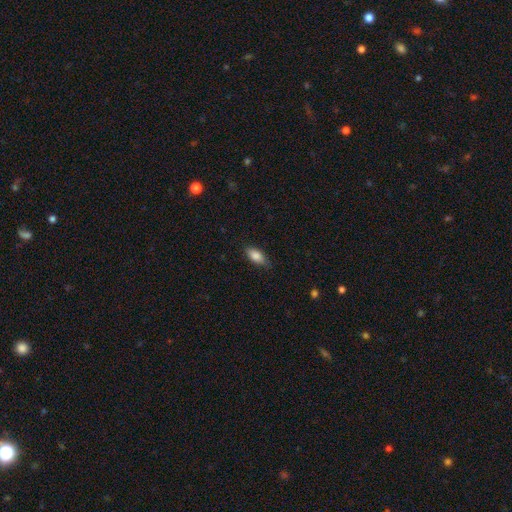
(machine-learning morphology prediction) This appears to be a smooth galaxy with no disk features (86%) that is in between round and cigar-shaped (88%). Merging: none (80%).